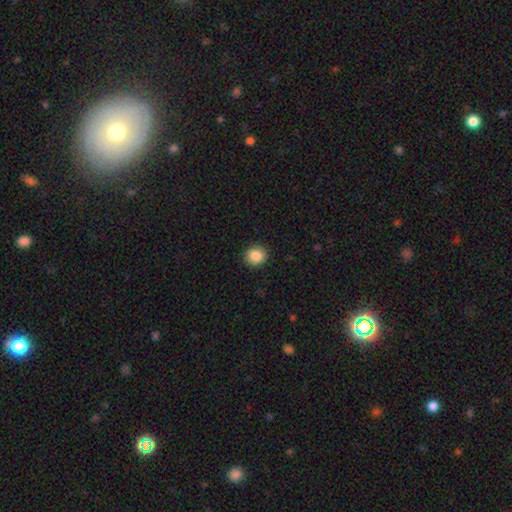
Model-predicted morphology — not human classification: This is clearly a smooth galaxy (87%). How rounded: likely round (79%). Merging: clearly none (91%).